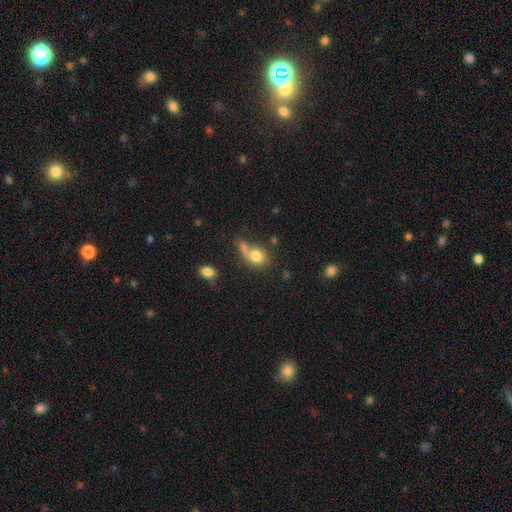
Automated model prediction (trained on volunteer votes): The model was most divided on "merging": none: 39%, merger: 30%, minor disturbance: 18%, major disturbance: 14%. More confident: smooth or featured — smooth (78%); how rounded — round (62%).